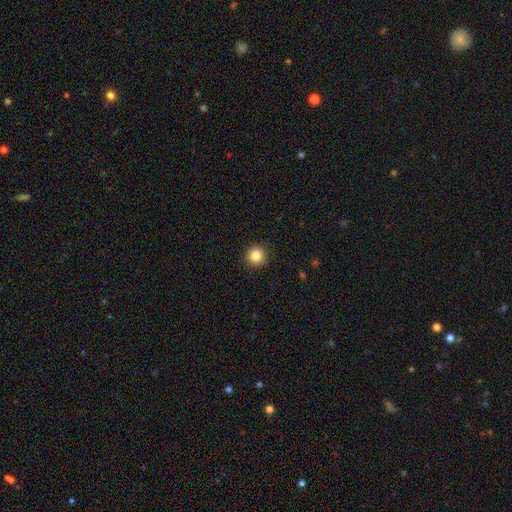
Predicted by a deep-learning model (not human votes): smooth-or-featured: smooth: 85% | star or artifact: 10% | featured or disk: 5%
  how-rounded: round: 94% | in between: 5% | cigar-shaped: 1%
  merging: none: 92% | minor disturbance: 5% | major disturbance: 2% | merger: 1%